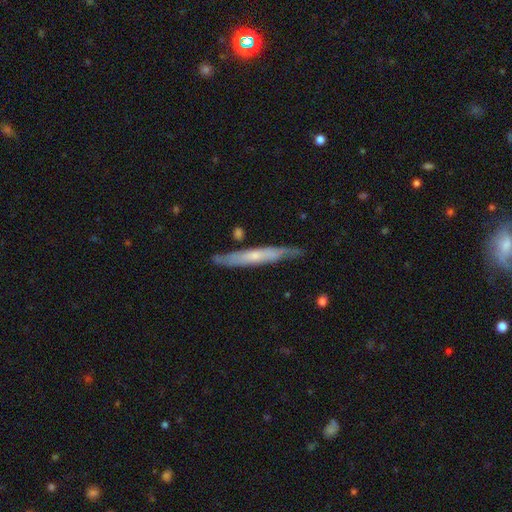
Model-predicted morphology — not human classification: smooth_or_featured: featured or disk (p=0.56) [alt: smooth p=0.38]
disk_edge_on: yes (p=0.82) [alt: no p=0.18]
merging: none (p=0.76) [alt: minor disturbance p=0.17]